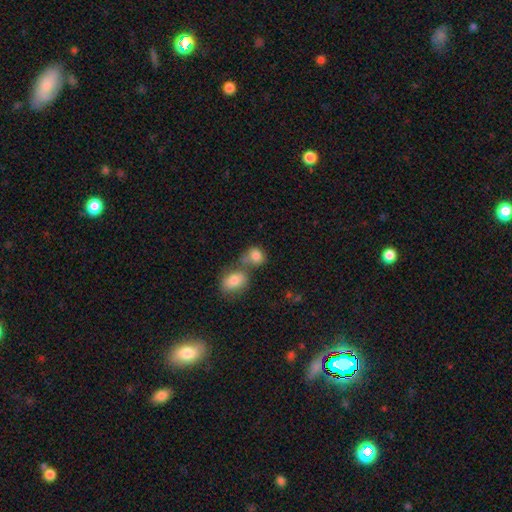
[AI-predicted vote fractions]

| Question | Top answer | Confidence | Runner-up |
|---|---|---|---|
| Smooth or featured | smooth | 82% | star or artifact (10%) |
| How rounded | round | 49% | tied: in between (49%) |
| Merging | merger | 46% | none (38%) |